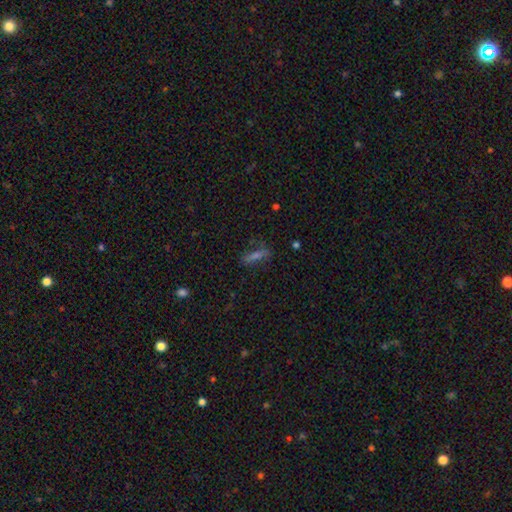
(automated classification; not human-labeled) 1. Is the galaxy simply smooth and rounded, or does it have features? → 49% smooth, 27% featured or disk, 24% star or artifact.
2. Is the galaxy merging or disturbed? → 74% none, 16% minor disturbance, 7% major disturbance, 3% merger.